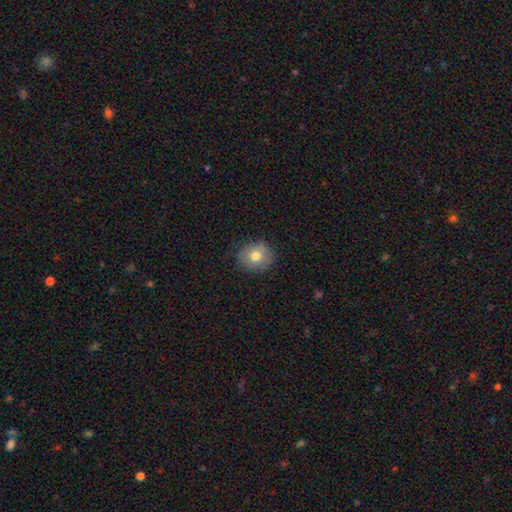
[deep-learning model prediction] smooth 76%, featured or disk 15%, star or artifact 9%. Down the decision tree: how rounded — round (68%); merging — none (85%).